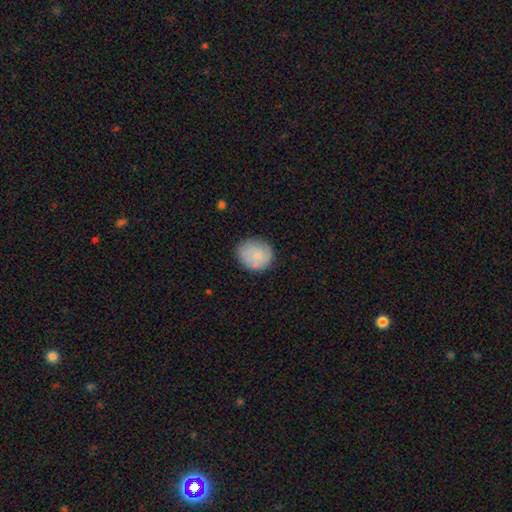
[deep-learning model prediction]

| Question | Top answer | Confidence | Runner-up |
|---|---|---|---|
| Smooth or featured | smooth | 80% | featured or disk (13%) |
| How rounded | round | 75% | in between (24%) |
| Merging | none | 78% | minor disturbance (16%) |